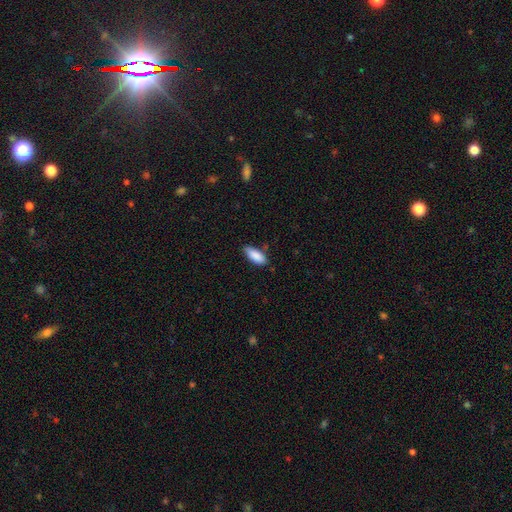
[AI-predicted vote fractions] Smooth or featured: smooth — 89% (star or artifact — 6%)
How rounded: in between — 82% (cigar-shaped — 16%)
Merging: none — 75% (minor disturbance — 20%)